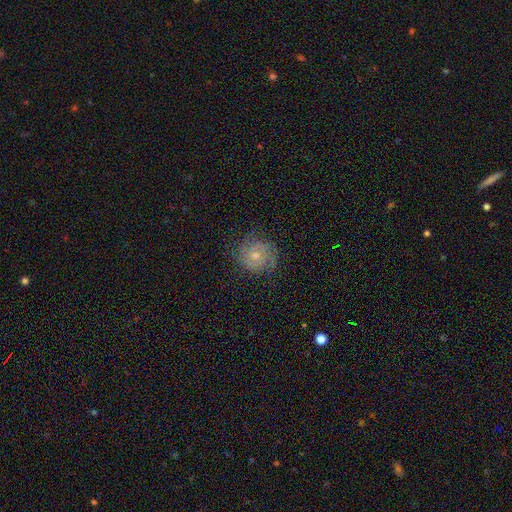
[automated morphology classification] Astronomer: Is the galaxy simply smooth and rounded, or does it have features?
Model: featured or disk — 58%.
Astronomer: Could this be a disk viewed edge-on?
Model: no — 97%.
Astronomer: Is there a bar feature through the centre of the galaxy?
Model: no — 78%.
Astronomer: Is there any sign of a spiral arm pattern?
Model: yes — 85%.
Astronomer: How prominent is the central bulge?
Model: moderate — 48% (runner-up: small, 47%).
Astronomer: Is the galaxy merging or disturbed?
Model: none — 75%.